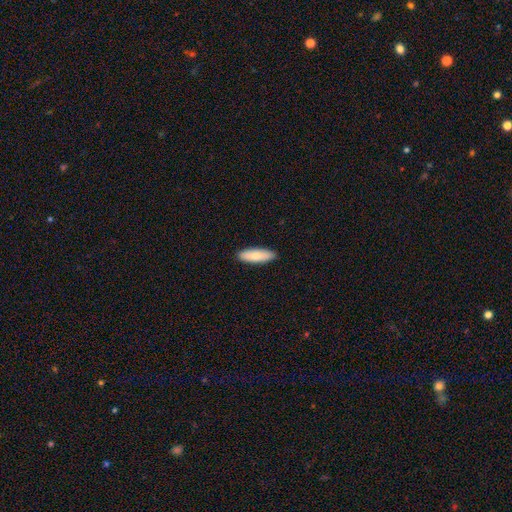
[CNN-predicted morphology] Smooth or featured: smooth — 83% (featured or disk — 12%)
How rounded: in between — 52% (cigar-shaped — 46%)
Merging: none — 90% (minor disturbance — 8%)